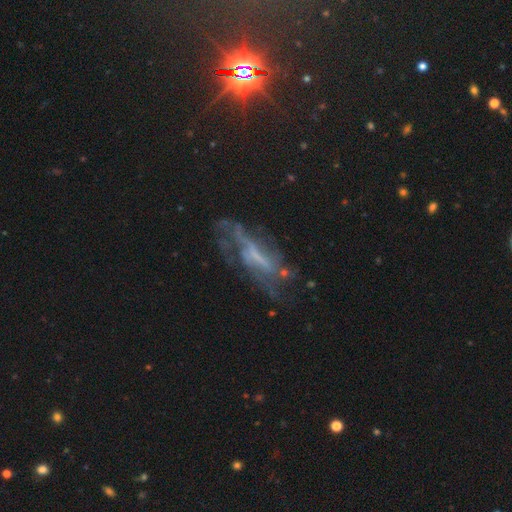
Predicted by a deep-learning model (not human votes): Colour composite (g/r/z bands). It shows a featured or disk galaxy (68%) with no bar (43%), spiral arms (59%) and no central bulge (48%). Merging: none (48%).